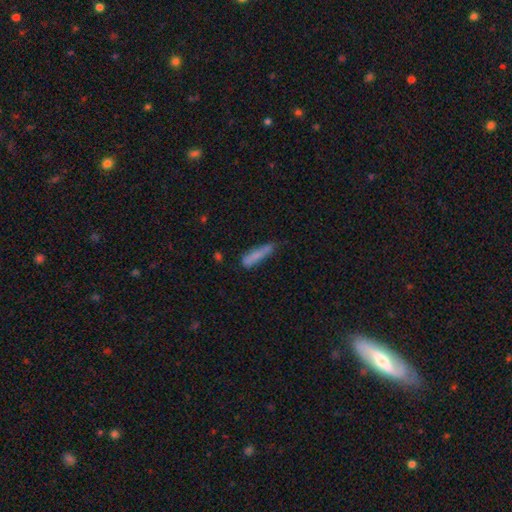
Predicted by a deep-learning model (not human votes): Smooth or featured? smooth (76%)
How rounded? cigar-shaped (83%)
Merging? none (54%)